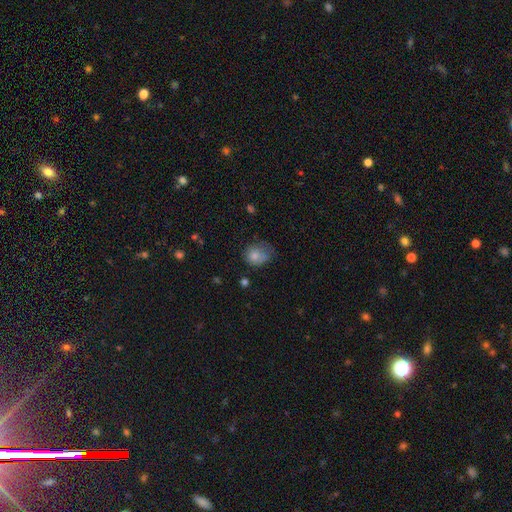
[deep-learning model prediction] Smooth or featured? Predicted: smooth (p=0.76). How rounded? Predicted: round (p=0.61). Merging? Predicted: none (p=0.38).